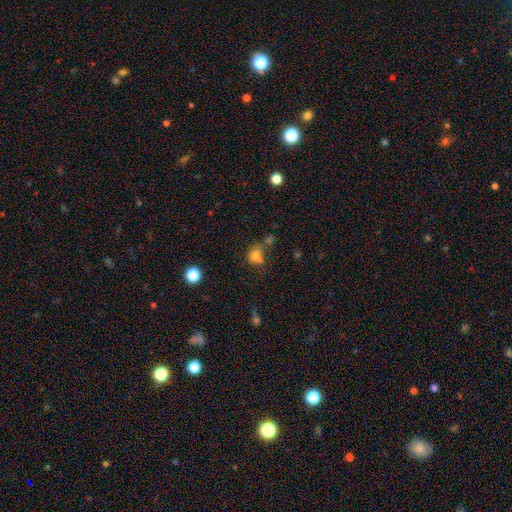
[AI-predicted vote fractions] Morphology: type=smooth (74%); roundness=round (77%); merging=none (49%).